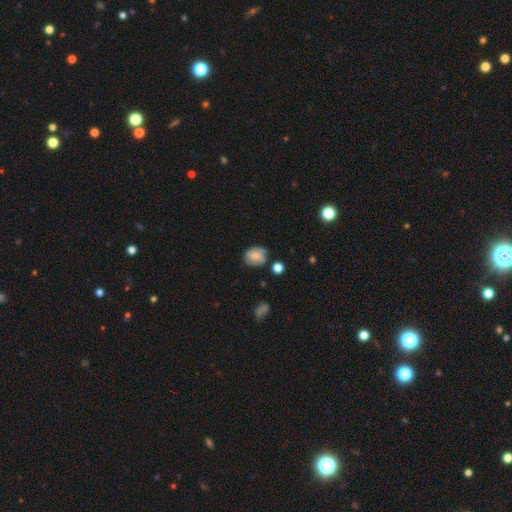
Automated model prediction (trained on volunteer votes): A smooth galaxy with no disk features (56%) that is in between round and cigar-shaped (51%).

Vote fractions:
- Smooth or featured? smooth: 56% / featured or disk: 35% / star or artifact: 9%
- How rounded? in between: 51% / round: 48% / cigar-shaped: 1%
- Merging? none: 71% / minor disturbance: 20% / major disturbance: 5% / merger: 4%